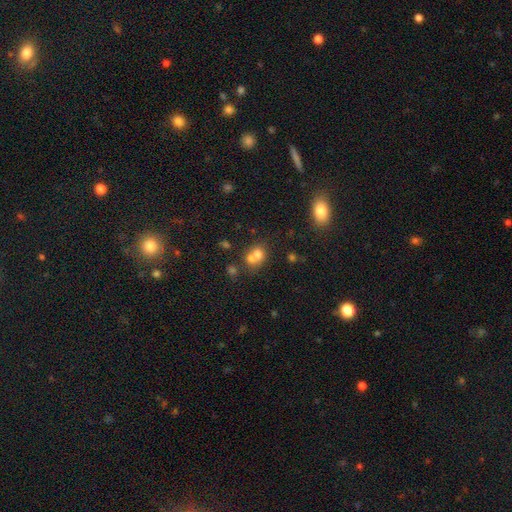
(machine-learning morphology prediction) Smooth or featured: smooth — 69% (featured or disk — 18%)
How rounded: round — 71% (in between — 28%)
Merging: merger — 59% (none — 31%)